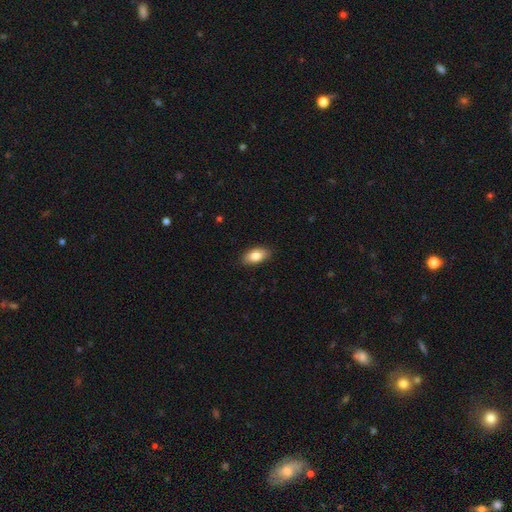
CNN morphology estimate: smooth_or_featured: smooth (p=0.83) [alt: featured or disk p=0.11]
how_rounded: in between (p=0.92) [alt: cigar-shaped p=0.04]
merging: none (p=0.88) [alt: minor disturbance p=0.09]